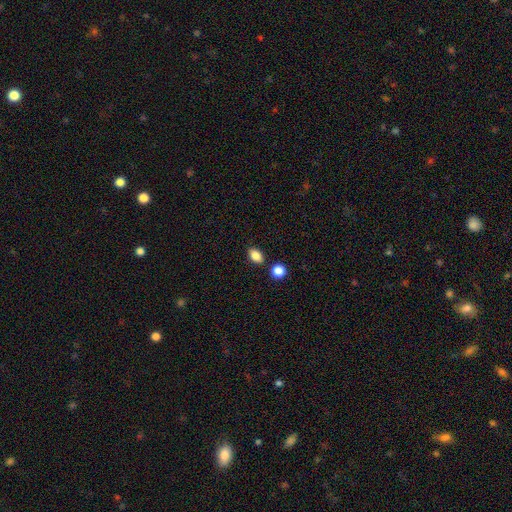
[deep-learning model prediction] Overall: smooth (86%). How rounded: in between (82%). Merging: none (82%).